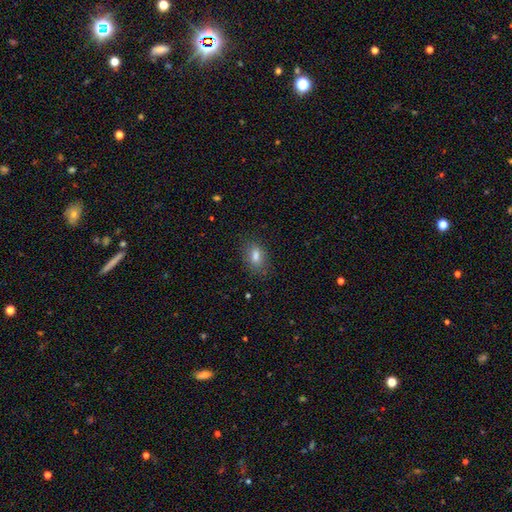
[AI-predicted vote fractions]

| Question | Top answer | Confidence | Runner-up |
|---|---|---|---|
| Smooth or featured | smooth | 80% | star or artifact (11%) |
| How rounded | in between | 83% | round (14%) |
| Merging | none | 82% | minor disturbance (13%) |